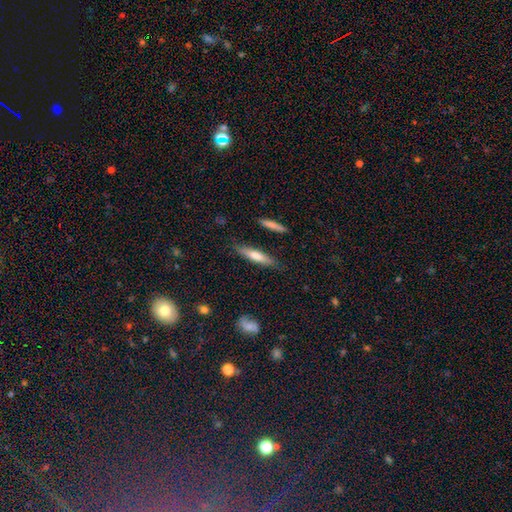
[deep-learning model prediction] Overall: smooth (65%; featured or disk 29%). How rounded: cigar-shaped (81%). Merging: none (82%).